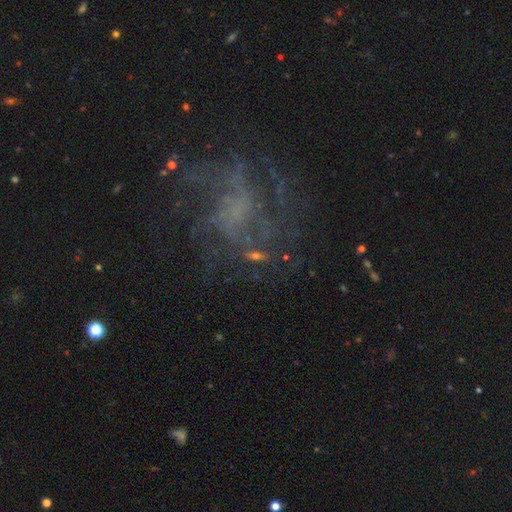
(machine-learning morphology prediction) The model was most divided on "bulge size": small: 40%, none: 39%, moderate: 16%, large: 3%, dominant: 2%. More confident: edge-on disk — no (96%); spiral arms — yes (73%); bar — no (62%); smooth or featured — featured or disk (61%); merging — none (53%).